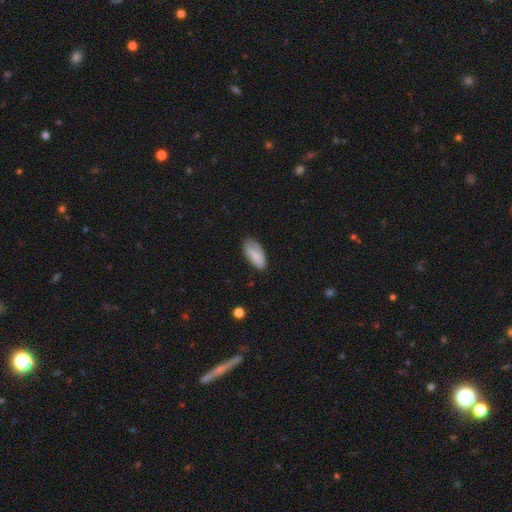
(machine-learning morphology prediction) smooth-or-featured: smooth: 76% | featured or disk: 17% | star or artifact: 7%
  how-rounded: in between: 91% | cigar-shaped: 7% | round: 2%
  merging: none: 65% | minor disturbance: 26% | major disturbance: 7% | merger: 2%